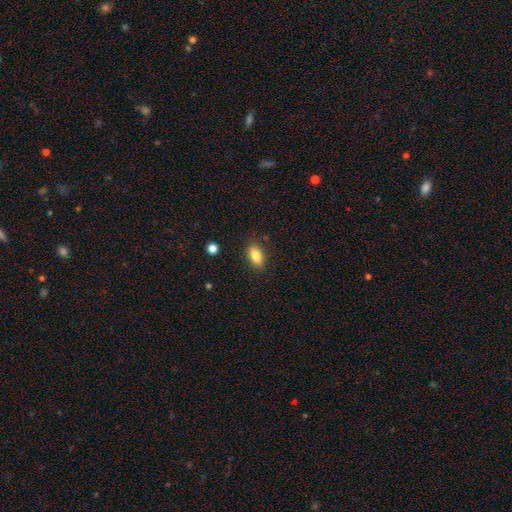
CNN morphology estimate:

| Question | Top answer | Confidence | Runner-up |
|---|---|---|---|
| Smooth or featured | smooth | 83% | featured or disk (9%) |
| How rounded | in between | 87% | round (6%) |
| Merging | none | 85% | minor disturbance (11%) |